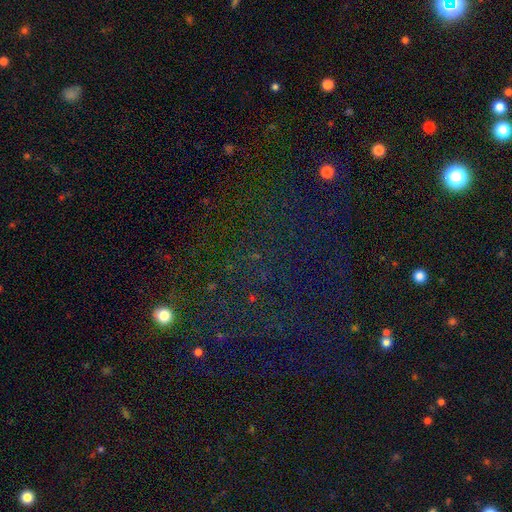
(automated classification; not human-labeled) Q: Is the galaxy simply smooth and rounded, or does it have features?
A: star or artifact — 69%.